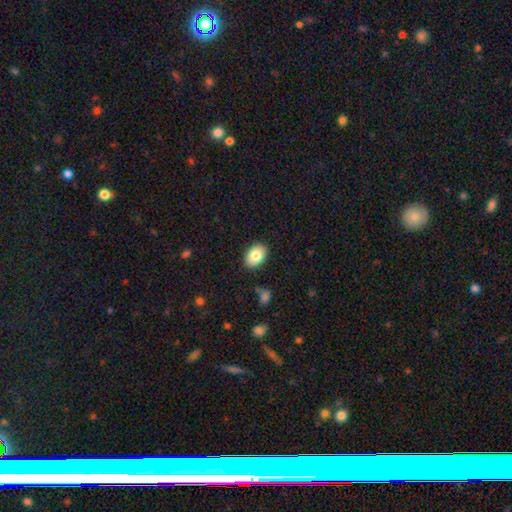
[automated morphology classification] smooth_or_featured: smooth (p=0.83) [alt: featured or disk p=0.10]
how_rounded: in between (p=0.82) [alt: round p=0.17]
merging: none (p=0.87) [alt: minor disturbance p=0.09]